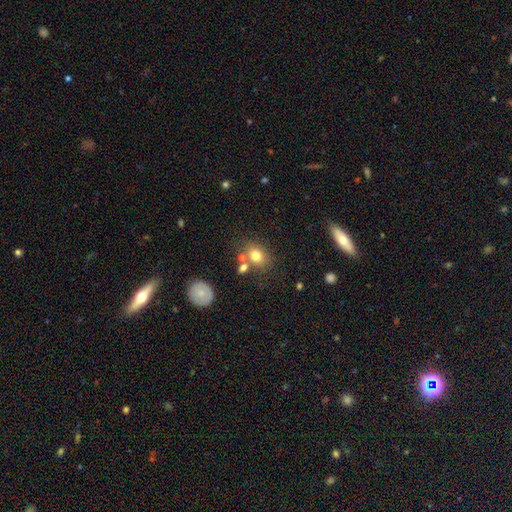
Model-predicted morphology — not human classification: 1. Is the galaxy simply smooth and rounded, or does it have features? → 76% smooth, 12% star or artifact, 12% featured or disk.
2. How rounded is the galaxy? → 55% in between, 43% round, 1% cigar-shaped.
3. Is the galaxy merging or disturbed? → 63% none, 18% merger, 14% minor disturbance, 5% major disturbance.